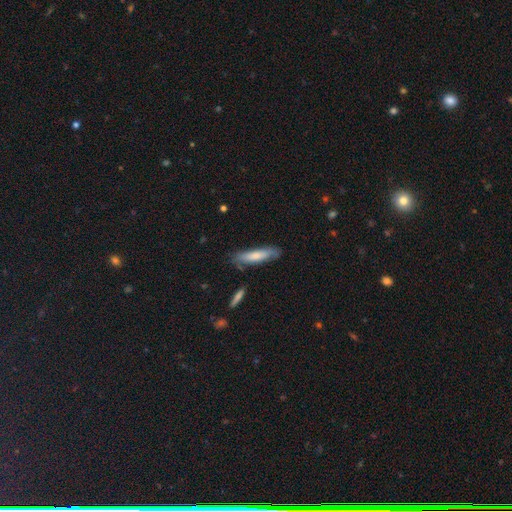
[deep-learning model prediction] Q: Smooth or featured?
A: smooth (69%); runner-up: featured or disk (25%)
Q: How rounded?
A: cigar-shaped (78%); runner-up: in between (21%)
Q: Merging?
A: none (73%); runner-up: minor disturbance (19%)